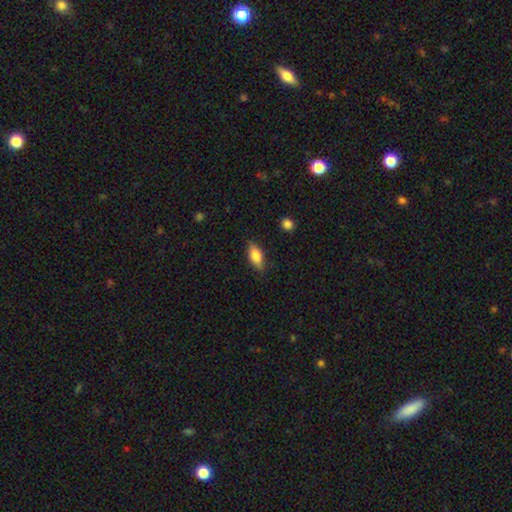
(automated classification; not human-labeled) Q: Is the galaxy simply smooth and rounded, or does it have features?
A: smooth — 69%.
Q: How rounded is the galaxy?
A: in between — 77%.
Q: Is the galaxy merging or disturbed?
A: none — 81%.